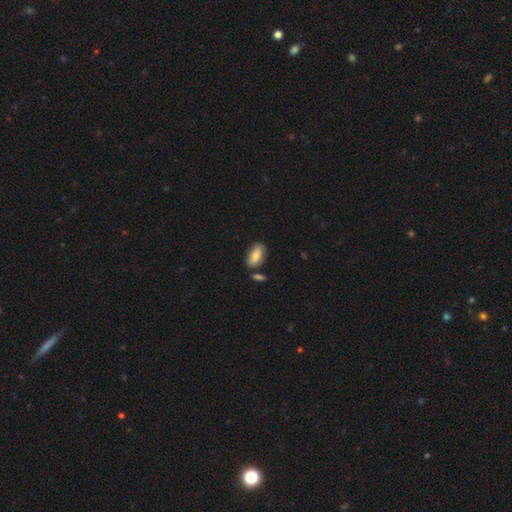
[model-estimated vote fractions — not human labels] Smooth or featured? Predicted: smooth (p=0.81). How rounded? Predicted: in between (p=0.91). Merging? Predicted: none (p=0.78).